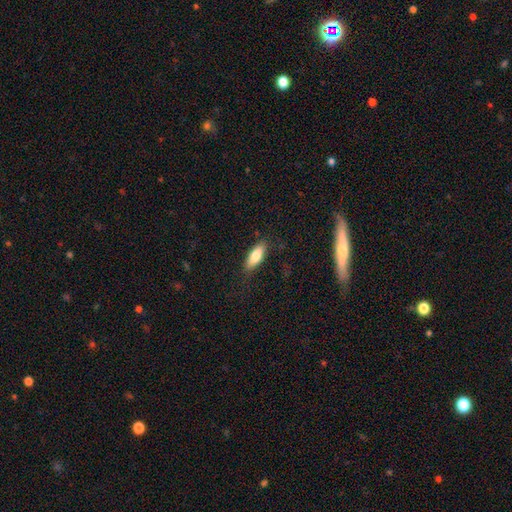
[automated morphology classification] A smooth galaxy with no disk features (79%) that is in between round and cigar-shaped (70%).

Vote fractions:
- Smooth or featured? smooth: 79% / featured or disk: 15% / star or artifact: 6%
- How rounded? in between: 70% / cigar-shaped: 28% / round: 2%
- Merging? none: 81% / minor disturbance: 14% / major disturbance: 4% / merger: 1%